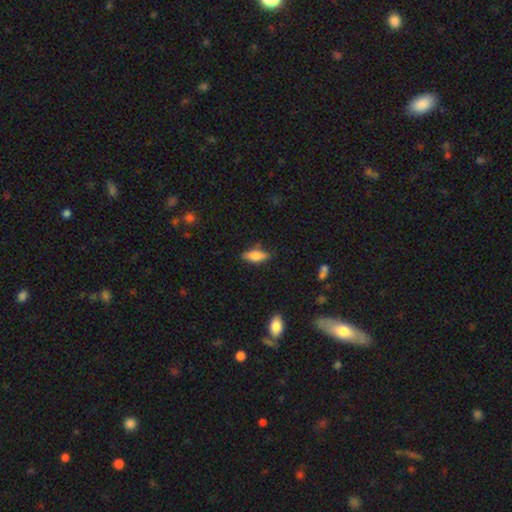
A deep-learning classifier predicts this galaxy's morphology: Smooth or featured? Predicted: smooth (p=0.68). How rounded? Predicted: in between (p=0.68). Merging? Predicted: none (p=0.80).